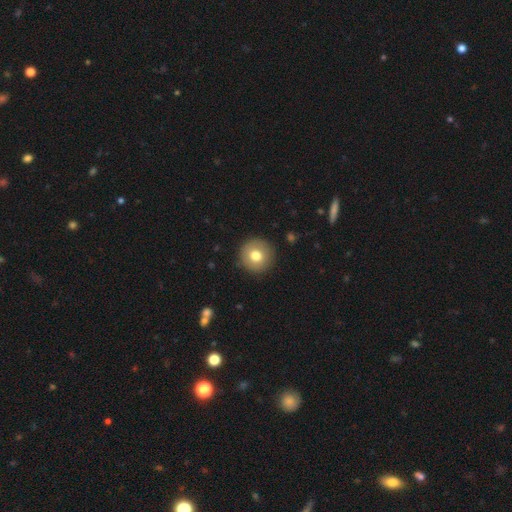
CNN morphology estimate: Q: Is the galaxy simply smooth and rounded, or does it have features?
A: smooth — 76%.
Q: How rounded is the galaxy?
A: round — 96%.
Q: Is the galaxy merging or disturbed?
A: none — 91%.